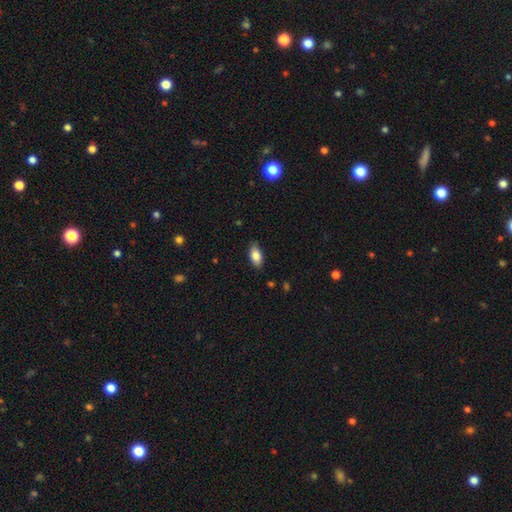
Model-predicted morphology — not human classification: smooth 83%, featured or disk 10%, star or artifact 7%. Down the decision tree: how rounded — in between (91%); merging — none (84%).